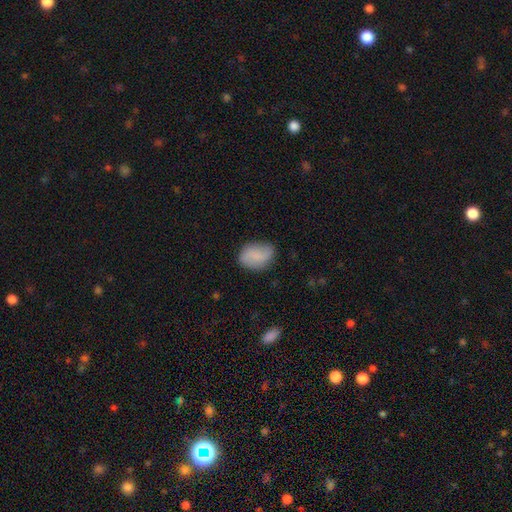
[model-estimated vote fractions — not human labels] smooth-or-featured: smooth: 69% | featured or disk: 23% | star or artifact: 8%
  how-rounded: in between: 79% | round: 19% | cigar-shaped: 2%
  merging: none: 76% | minor disturbance: 18% | major disturbance: 5% | merger: 1%